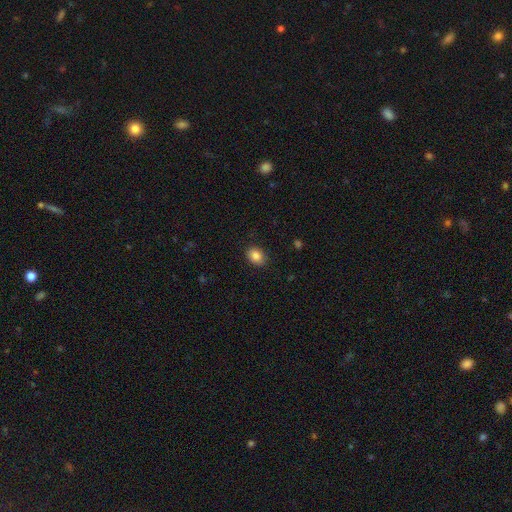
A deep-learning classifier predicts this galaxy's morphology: Smooth or featured? smooth (87%)
How rounded? in between (64%)
Merging? none (88%)